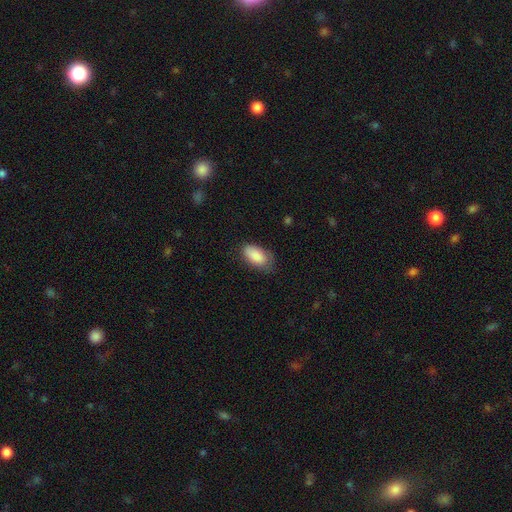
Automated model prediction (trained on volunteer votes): Q: Smooth or featured?
A: smooth (87%); runner-up: star or artifact (6%)
Q: How rounded?
A: in between (94%); runner-up: round (3%)
Q: Merging?
A: none (65%); runner-up: minor disturbance (27%)